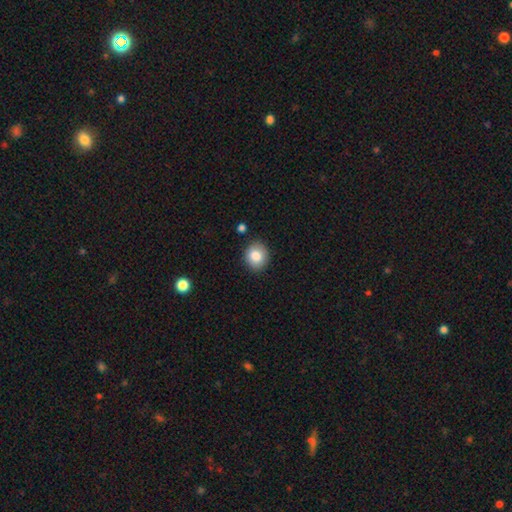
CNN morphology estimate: smooth-or-featured: smooth: 84% | star or artifact: 9% | featured or disk: 7%
  how-rounded: round: 72% | in between: 27% | cigar-shaped: 1%
  merging: none: 86% | minor disturbance: 10% | major disturbance: 2% | merger: 2%